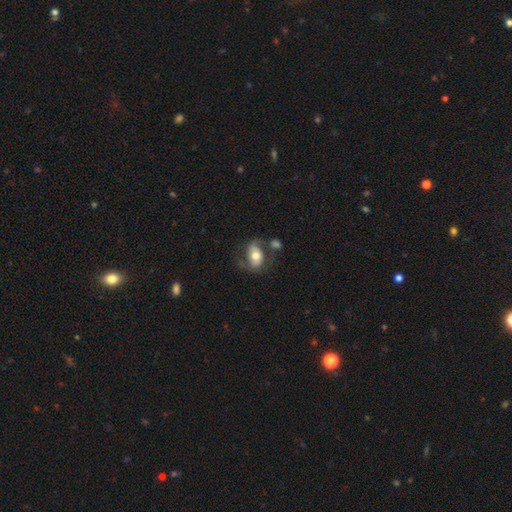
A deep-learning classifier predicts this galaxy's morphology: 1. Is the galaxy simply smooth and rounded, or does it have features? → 49% smooth, 44% featured or disk, 7% star or artifact.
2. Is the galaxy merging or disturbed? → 47% none, 21% minor disturbance, 16% major disturbance, 15% merger.